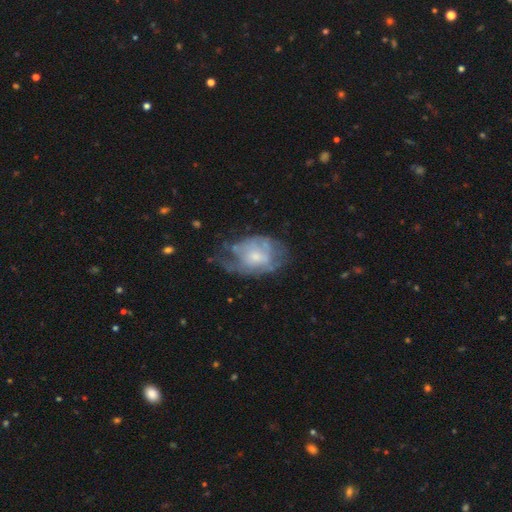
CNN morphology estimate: This appears to be a featured or disk galaxy (59%) with no bar (78%), no spiral arms (54%) and a small central bulge (48%). Merging: none (36%).